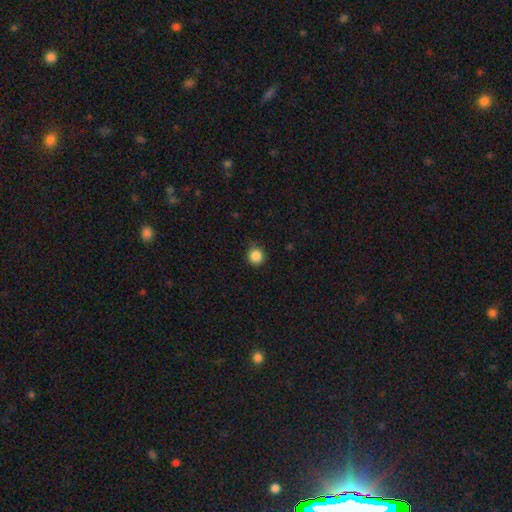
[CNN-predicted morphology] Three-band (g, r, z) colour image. It shows a smooth galaxy with no disk features (86%) that is round (92%). Merging: none (85%).